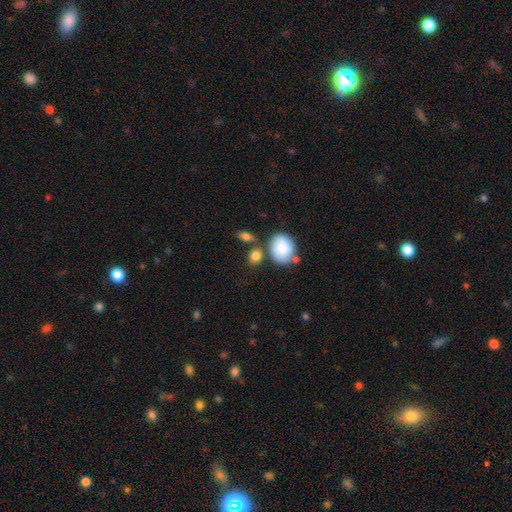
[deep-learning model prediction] Q: Smooth or featured?
A: smooth (84%); runner-up: featured or disk (8%)
Q: How rounded?
A: in between (51%); runner-up: round (46%)
Q: Merging?
A: none (61%); runner-up: merger (18%)